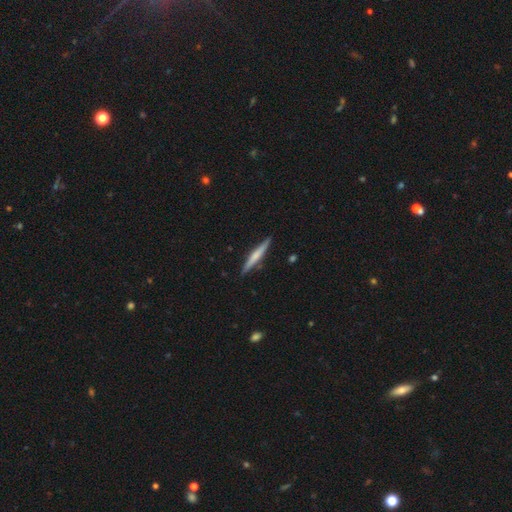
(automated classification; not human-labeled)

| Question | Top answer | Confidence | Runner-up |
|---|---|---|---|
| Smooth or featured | smooth | 48% | featured or disk (46%) |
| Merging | none | 89% | minor disturbance (8%) |